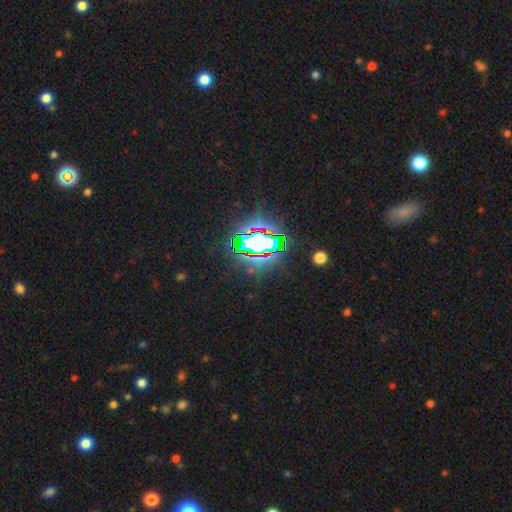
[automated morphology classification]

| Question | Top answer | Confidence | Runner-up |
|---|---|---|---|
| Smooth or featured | star or artifact | 82% | smooth (10%) |